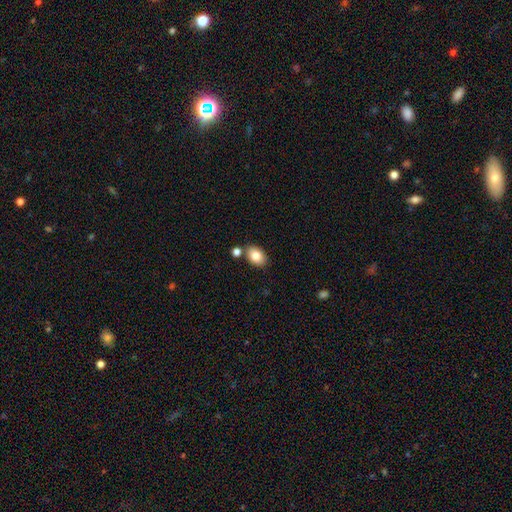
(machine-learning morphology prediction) Smooth or featured? Predicted: smooth (p=0.84). How rounded? Predicted: in between (p=0.82). Merging? Predicted: none (p=0.76).